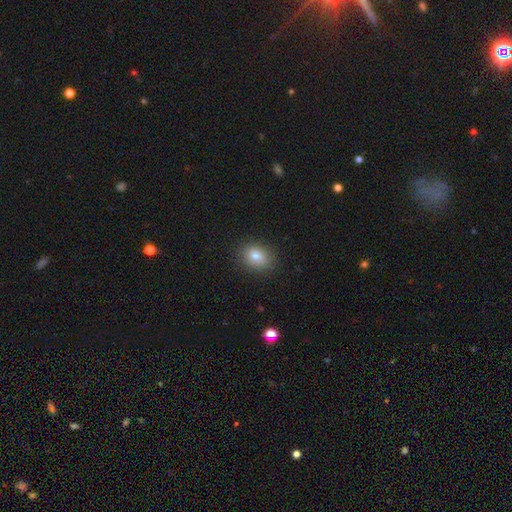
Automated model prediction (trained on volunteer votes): Q: Smooth or featured?
A: smooth (82%); runner-up: star or artifact (11%)
Q: How rounded?
A: in between (60%); runner-up: round (38%)
Q: Merging?
A: none (87%); runner-up: minor disturbance (9%)